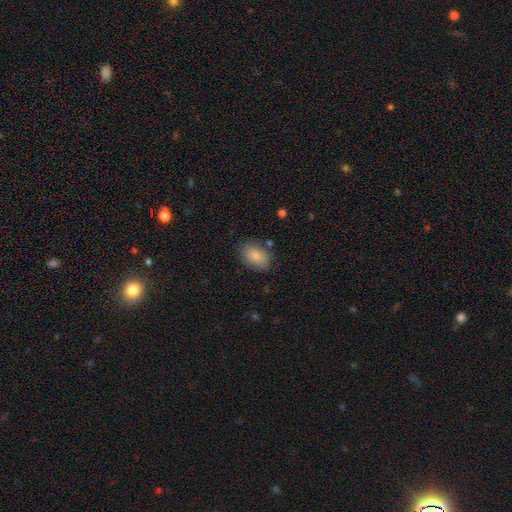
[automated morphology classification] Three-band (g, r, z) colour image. It shows a smooth galaxy with no disk features (83%) that is in between round and cigar-shaped (86%). Merging: none (78%).